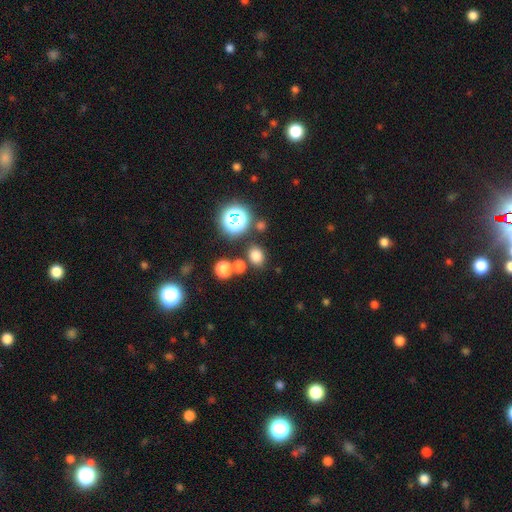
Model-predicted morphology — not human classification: Q: Smooth or featured?
A: smooth (73%); runner-up: star or artifact (21%)
Q: How rounded?
A: round (59%); runner-up: in between (40%)
Q: Merging?
A: none (79%); runner-up: minor disturbance (10%)